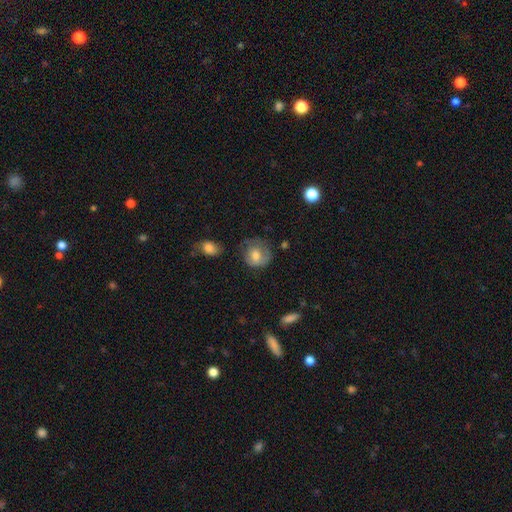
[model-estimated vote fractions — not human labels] This is likely a smooth galaxy (64%). How rounded: likely round (75%). Merging: possibly none (52%).